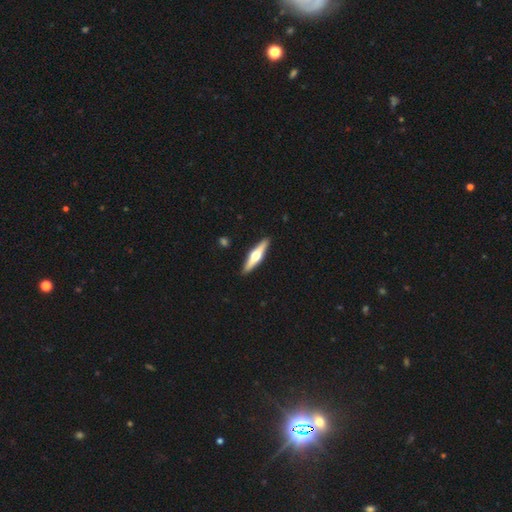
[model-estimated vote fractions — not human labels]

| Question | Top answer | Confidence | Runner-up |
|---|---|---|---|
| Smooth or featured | featured or disk | 66% | smooth (29%) |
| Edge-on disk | yes | 97% | no (3%) |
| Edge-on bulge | rounded | 95% | boxy (3%) |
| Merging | none | 92% | minor disturbance (6%) |